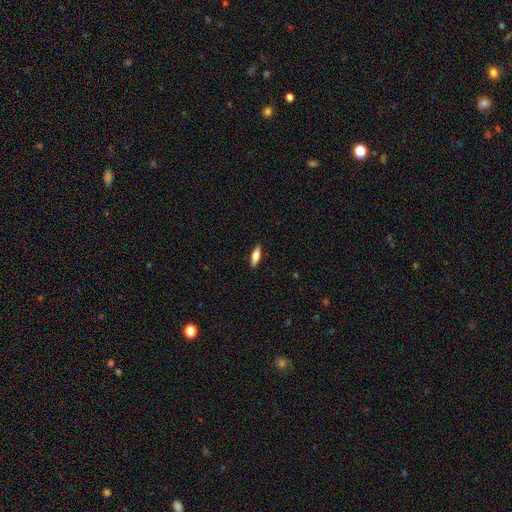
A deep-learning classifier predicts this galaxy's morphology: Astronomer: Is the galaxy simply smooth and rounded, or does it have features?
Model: smooth — 71%.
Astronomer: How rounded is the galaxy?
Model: in between — 51% (runner-up: cigar-shaped, 47%).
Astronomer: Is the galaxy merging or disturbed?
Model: none — 89%.